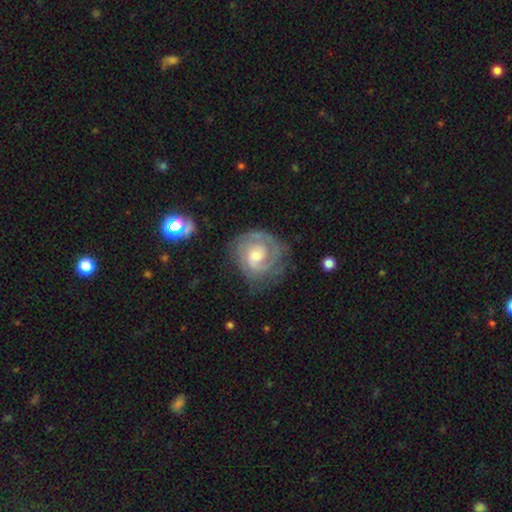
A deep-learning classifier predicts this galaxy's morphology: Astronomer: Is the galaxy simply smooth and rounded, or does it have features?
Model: featured or disk — 81%.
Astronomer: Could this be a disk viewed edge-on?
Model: no — 98%.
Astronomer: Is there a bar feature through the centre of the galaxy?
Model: no — 60%.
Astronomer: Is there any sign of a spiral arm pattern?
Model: yes — 93%.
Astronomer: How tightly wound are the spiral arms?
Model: tight — 65%.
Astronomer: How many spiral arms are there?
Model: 2 — 46% (runner-up: can't tell, 25%).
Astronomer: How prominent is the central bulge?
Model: moderate — 50% (runner-up: small, 41%).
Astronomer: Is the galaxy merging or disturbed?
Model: none — 69%.